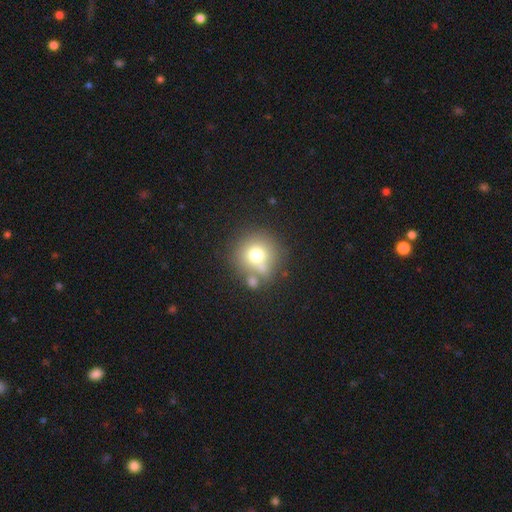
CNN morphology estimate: The model was most divided on "merging": none: 61%, merger: 20%, minor disturbance: 13%, major disturbance: 6%. More confident: how rounded — round (90%); smooth or featured — smooth (71%).